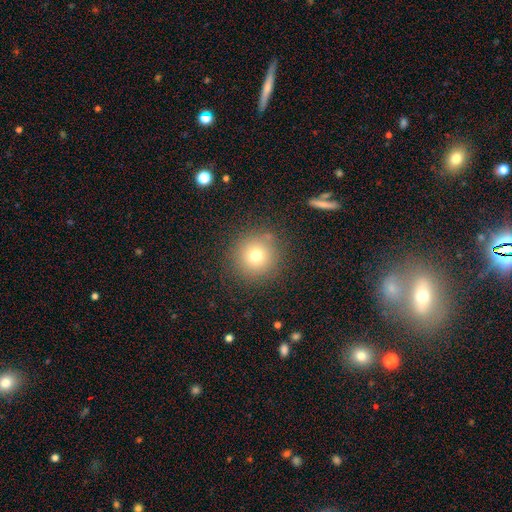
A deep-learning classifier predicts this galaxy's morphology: Overall: smooth (74%). How rounded: round (94%). Merging: none (87%).